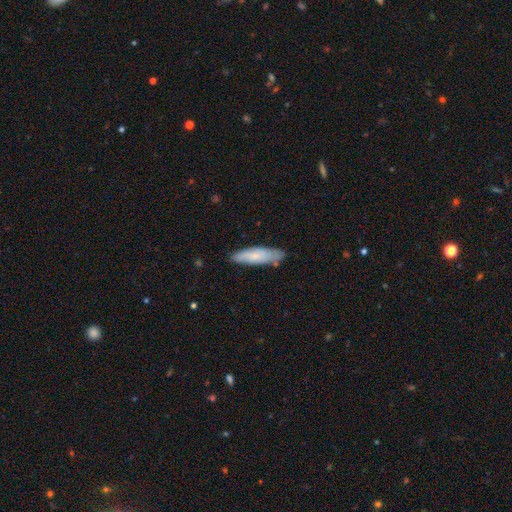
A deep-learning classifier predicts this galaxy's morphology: smooth-or-featured: smooth: 73% | featured or disk: 21% | star or artifact: 6%
  how-rounded: cigar-shaped: 64% | in between: 34% | round: 2%
  merging: none: 76% | minor disturbance: 19% | major disturbance: 3% | merger: 2%